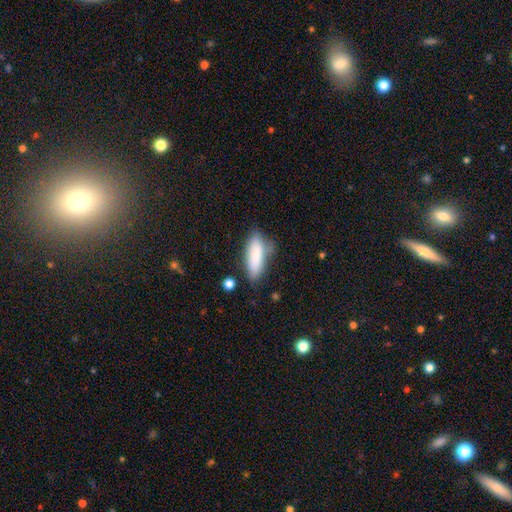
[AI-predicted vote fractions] This appears to be a smooth galaxy with no disk features (82%) that is in between round and cigar-shaped (59%). Merging: none (64%).